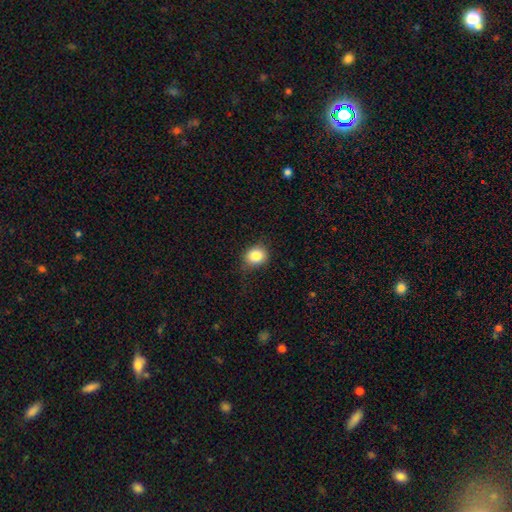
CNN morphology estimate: Smooth or featured? smooth (84%)
How rounded? round (70%)
Merging? none (76%)